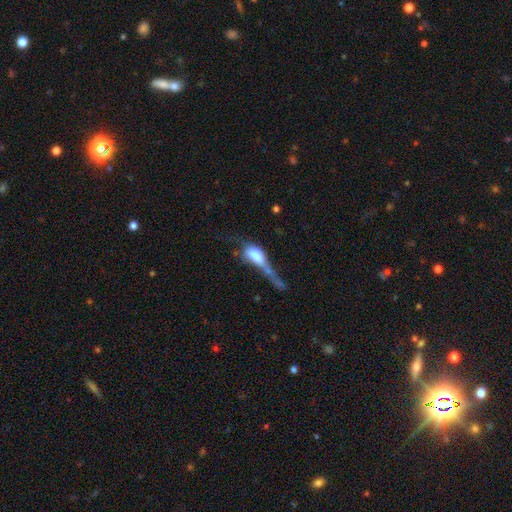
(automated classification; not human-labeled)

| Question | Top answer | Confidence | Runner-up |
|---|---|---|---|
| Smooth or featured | smooth | 57% | featured or disk (34%) |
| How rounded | in between | 66% | cigar-shaped (24%) |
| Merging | major disturbance | 50% | merger (19%) |